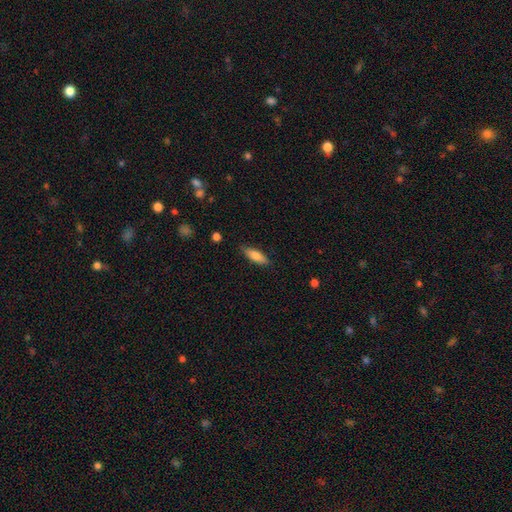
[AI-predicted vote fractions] smooth-or-featured: smooth: 78% | featured or disk: 15% | star or artifact: 6%
  how-rounded: in between: 54% | cigar-shaped: 44% | round: 2%
  merging: none: 84% | minor disturbance: 12% | major disturbance: 2% | merger: 1%